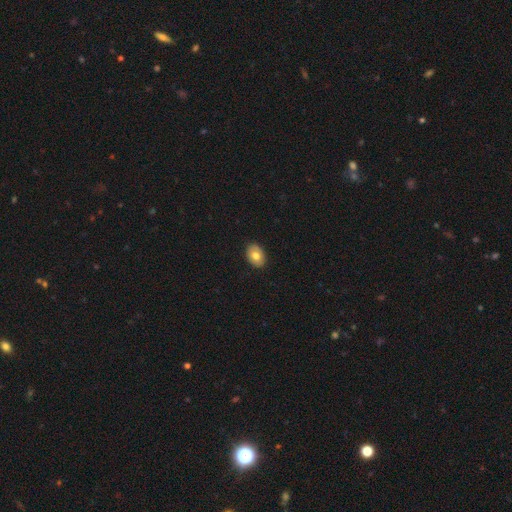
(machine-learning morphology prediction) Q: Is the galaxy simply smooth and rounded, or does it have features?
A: smooth — 74%.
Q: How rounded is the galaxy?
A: in between — 80%.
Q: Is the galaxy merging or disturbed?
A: none — 89%.